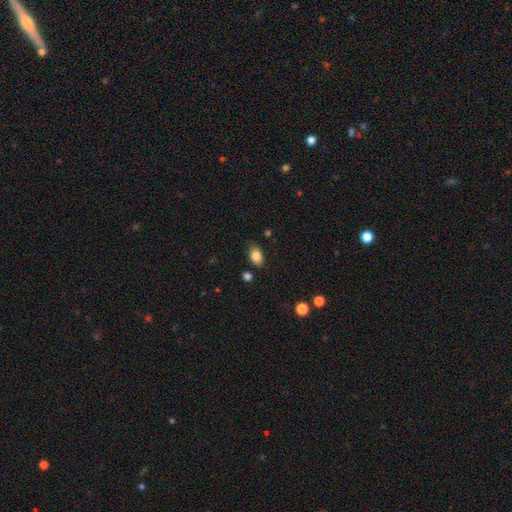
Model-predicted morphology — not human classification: Smooth or featured? smooth (84%)
How rounded? in between (85%)
Merging? none (81%)